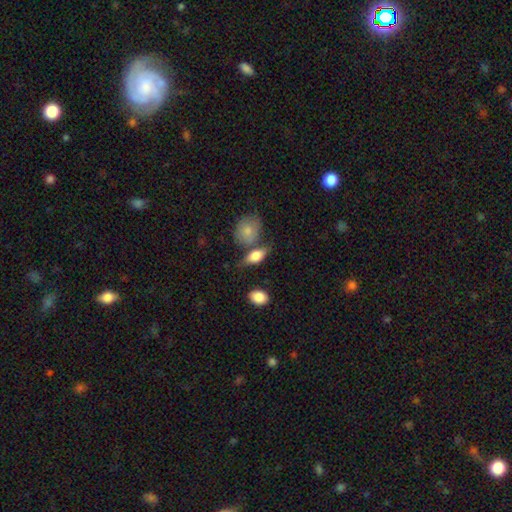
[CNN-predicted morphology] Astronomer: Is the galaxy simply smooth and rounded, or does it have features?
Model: smooth — 68%.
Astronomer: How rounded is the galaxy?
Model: in between — 74%.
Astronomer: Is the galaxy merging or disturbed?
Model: none — 58%.